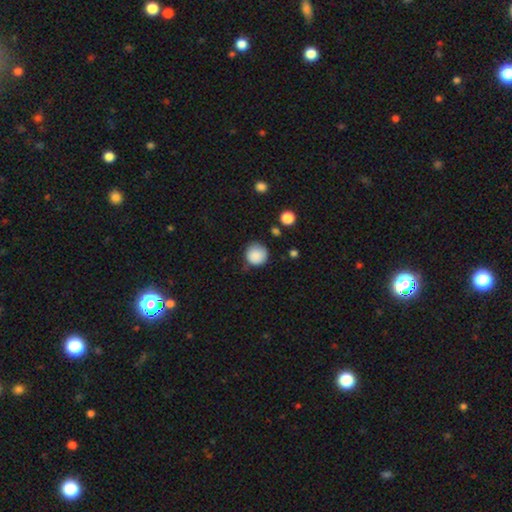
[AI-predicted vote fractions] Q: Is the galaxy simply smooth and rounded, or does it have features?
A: smooth — 87%.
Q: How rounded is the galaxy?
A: round — 93%.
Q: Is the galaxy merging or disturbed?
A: none — 71%.